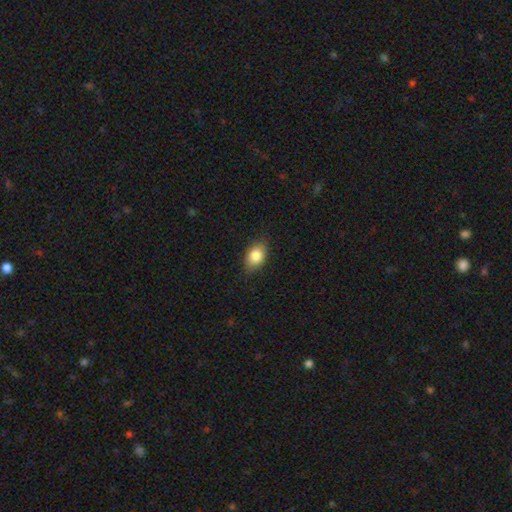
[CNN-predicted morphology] smooth-or-featured: smooth: 83% | featured or disk: 9% | star or artifact: 8%
  how-rounded: in between: 82% | round: 16% | cigar-shaped: 2%
  merging: none: 83% | minor disturbance: 14% | major disturbance: 3% | merger: 1%